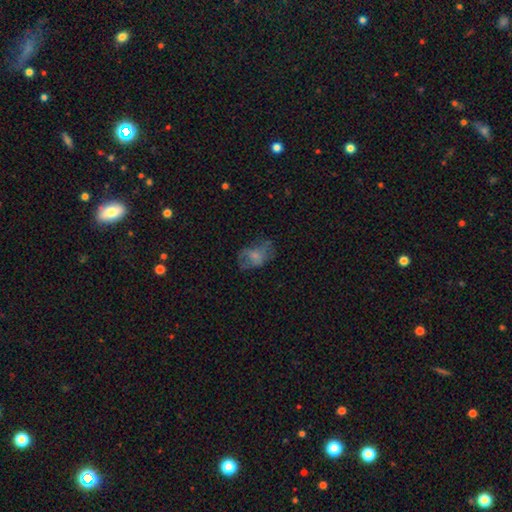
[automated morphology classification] The model was most divided on "smooth or featured": smooth: 49%, featured or disk: 38%, star or artifact: 12%. Remaining: merging — none (42%).